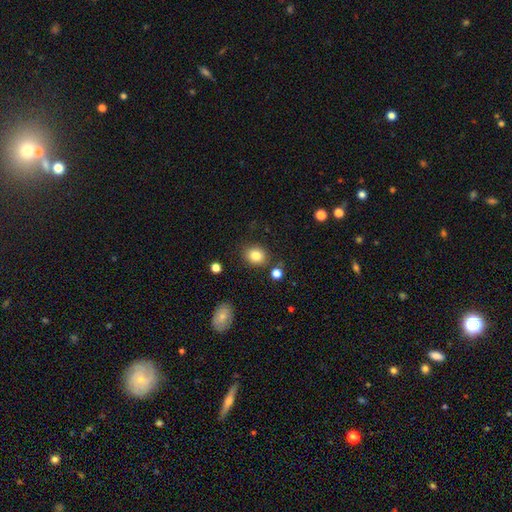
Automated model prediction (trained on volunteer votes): A smooth galaxy with no disk features (83%) that is round (63%). Merging: none (82%).